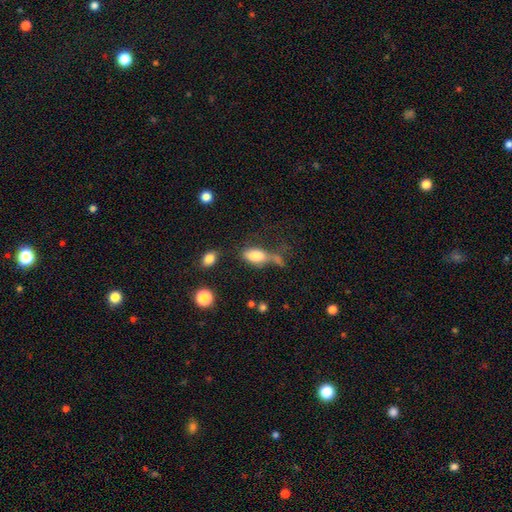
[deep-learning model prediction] Morphology: type=smooth (80%); roundness=in between (89%); merging=none (38%).